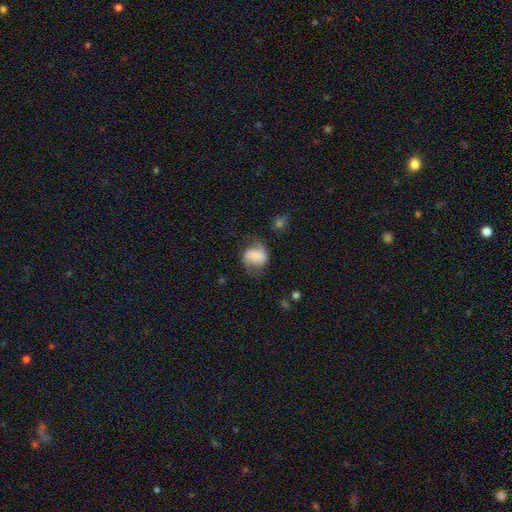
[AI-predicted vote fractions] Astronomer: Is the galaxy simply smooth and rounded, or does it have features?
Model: smooth — 53% (runner-up: featured or disk, 38%).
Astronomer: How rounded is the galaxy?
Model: round — 52% (runner-up: in between, 47%).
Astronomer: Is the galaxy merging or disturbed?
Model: none — 47% (runner-up: minor disturbance, 28%).